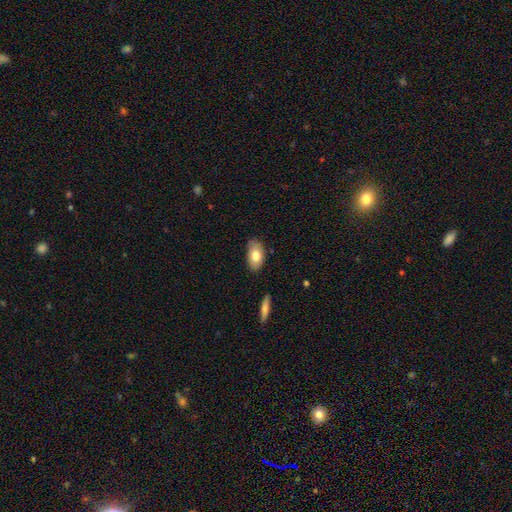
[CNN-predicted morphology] smooth-or-featured: smooth: 77% | featured or disk: 16% | star or artifact: 7%
  how-rounded: in between: 93% | round: 5% | cigar-shaped: 2%
  merging: none: 78% | minor disturbance: 17% | major disturbance: 3% | merger: 2%